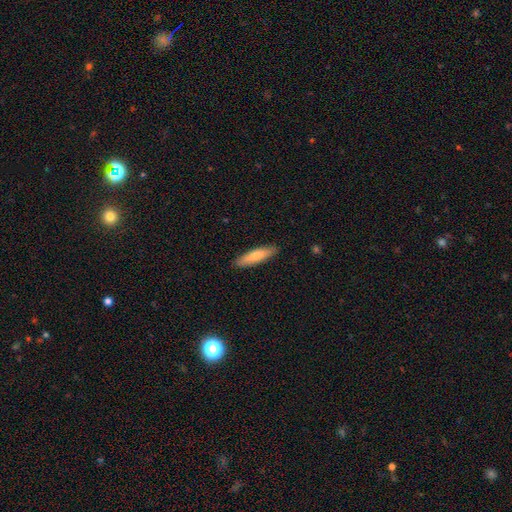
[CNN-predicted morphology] smooth-or-featured: smooth: 75% | featured or disk: 20% | star or artifact: 5%
  how-rounded: cigar-shaped: 73% | in between: 25% | round: 2%
  merging: none: 89% | minor disturbance: 8% | major disturbance: 2% | merger: 1%